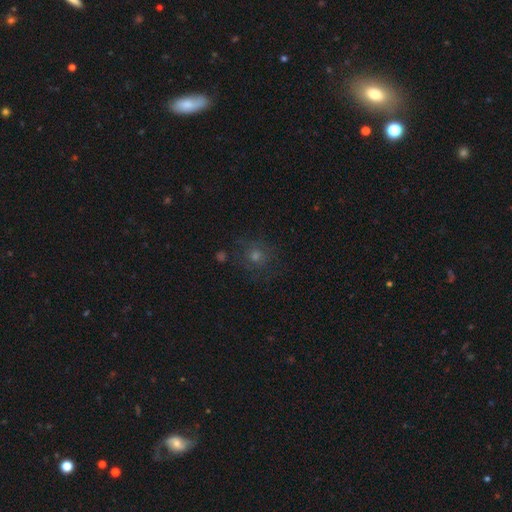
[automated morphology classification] A smooth galaxy with no disk features (46%).

Vote fractions:
- Smooth or featured? smooth: 46% / star or artifact: 34% / featured or disk: 20%
- Merging? none: 80% / minor disturbance: 12% / major disturbance: 6% / merger: 2%